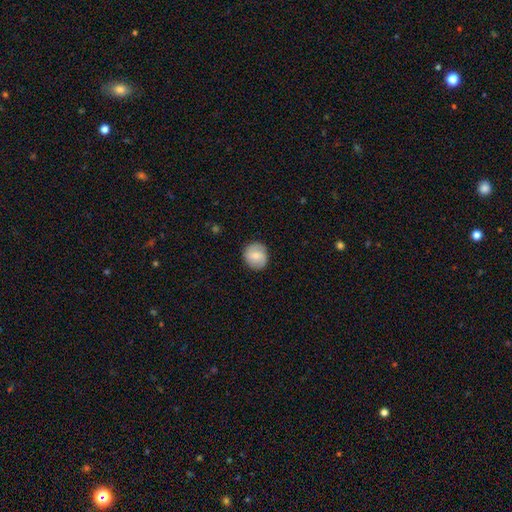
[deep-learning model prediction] Overall: smooth (70%). How rounded: round (84%). Merging: none (85%).